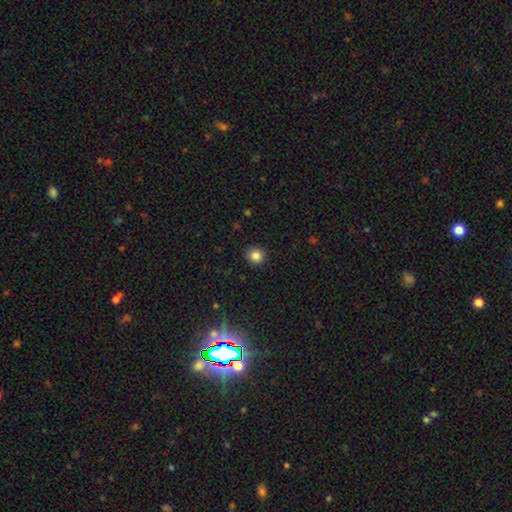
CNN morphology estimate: This is clearly a smooth galaxy (84%). How rounded: clearly round (90%). Merging: clearly none (92%).